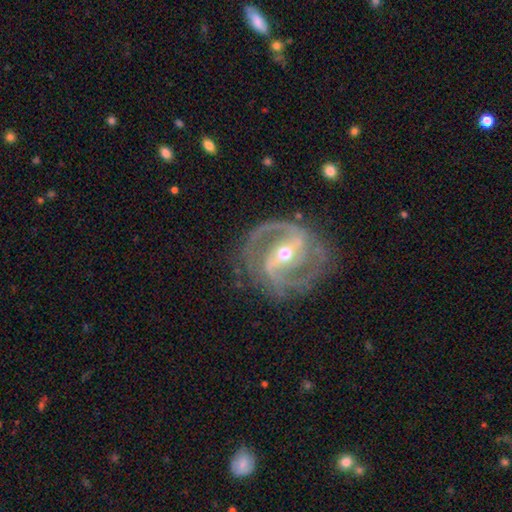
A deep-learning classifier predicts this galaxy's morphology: featured or disk 92%, star or artifact 5%, smooth 3%. Down the decision tree: edge-on disk — no (97%); bar — strong (56%); spiral arms — yes (98%); spiral arm count — 2 (80%); spiral winding — medium (55%); bulge size — moderate (56%); merging — none (78%).